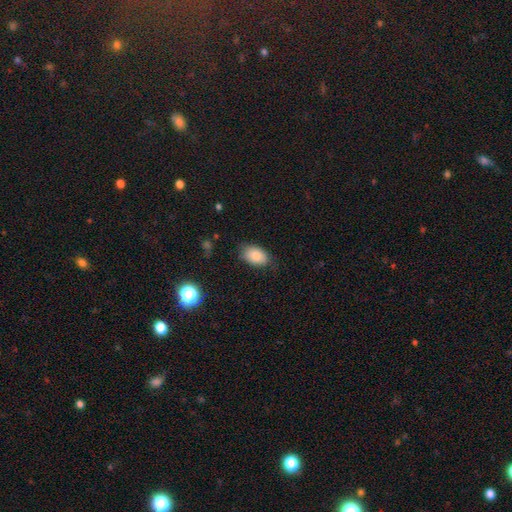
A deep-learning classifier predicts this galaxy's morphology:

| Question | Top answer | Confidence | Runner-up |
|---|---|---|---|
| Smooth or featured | smooth | 82% | featured or disk (9%) |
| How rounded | in between | 88% | round (11%) |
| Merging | none | 78% | minor disturbance (17%) |